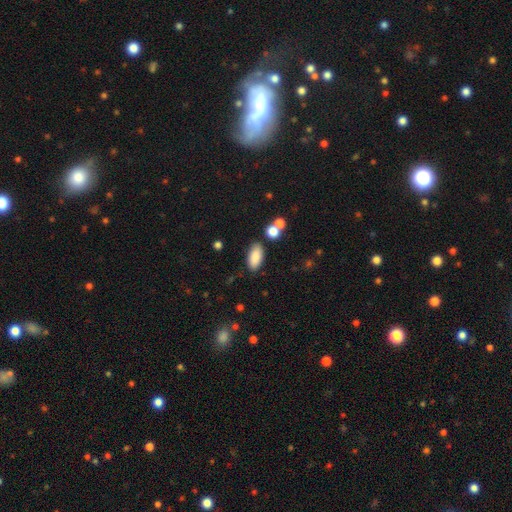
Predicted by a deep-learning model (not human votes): Overall: smooth (87%). How rounded: in between (88%). Merging: none (81%).